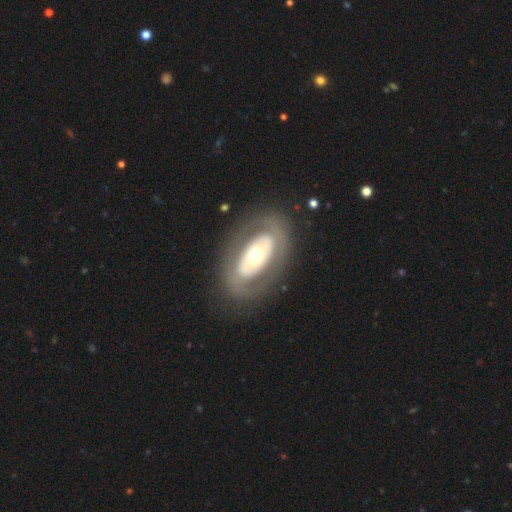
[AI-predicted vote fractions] featured or disk 64%, smooth 31%, star or artifact 5%. Down the decision tree: edge-on disk — no (91%); bar — no (78%); spiral arms — no (81%); bulge size — moderate (64%); merging — none (81%).